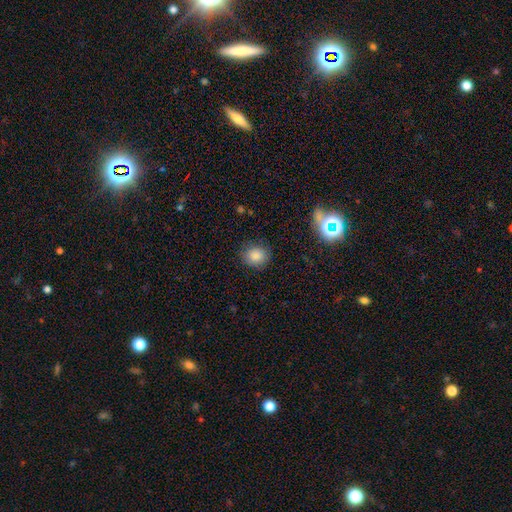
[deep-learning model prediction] Smooth or featured?
  - smooth: 85% *
  - star or artifact: 11%
  - featured or disk: 5%
How rounded?
  - round: 73% *
  - in between: 26%
  - cigar-shaped: 1%
Merging?
  - none: 87% *
  - minor disturbance: 9%
  - major disturbance: 3%
  - merger: 1%